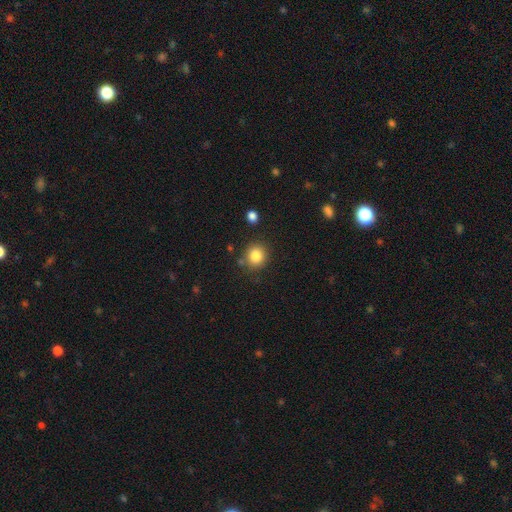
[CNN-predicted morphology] Q: Smooth or featured?
A: smooth (84%); runner-up: star or artifact (10%)
Q: How rounded?
A: round (85%); runner-up: in between (14%)
Q: Merging?
A: none (82%); runner-up: minor disturbance (10%)